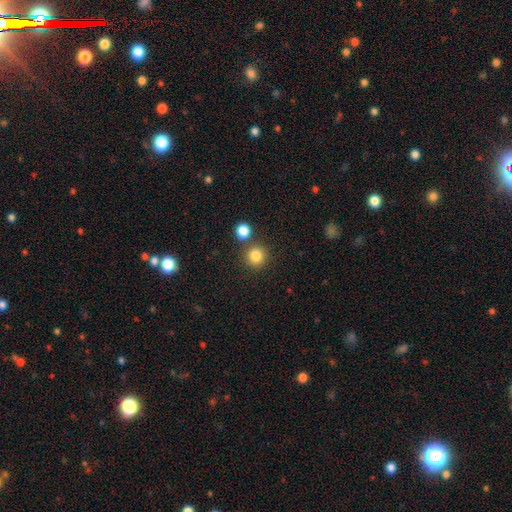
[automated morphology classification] smooth_or_featured: smooth (p=0.83) [alt: star or artifact p=0.12]
how_rounded: round (p=0.93) [alt: in between p=0.06]
merging: none (p=0.80) [alt: merger p=0.11]